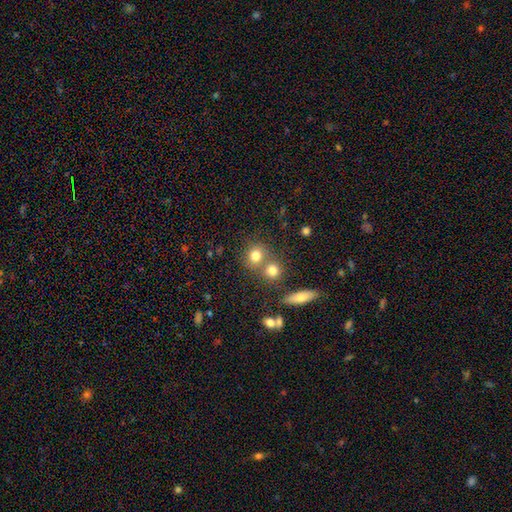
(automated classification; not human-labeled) This appears to be a smooth galaxy with no disk features (77%) that is round (79%). Merging: none (53%).